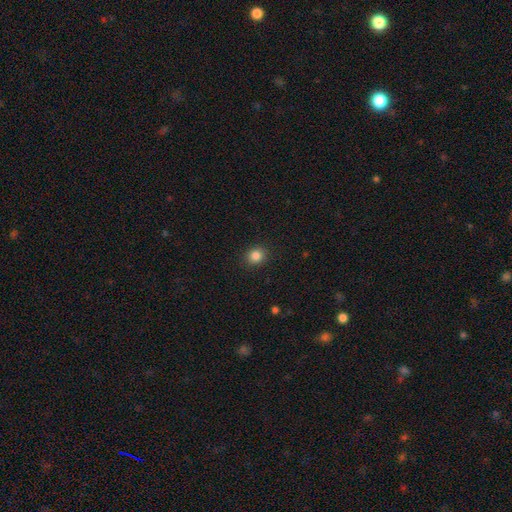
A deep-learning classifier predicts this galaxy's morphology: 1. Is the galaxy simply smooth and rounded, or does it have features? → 84% smooth, 11% star or artifact, 5% featured or disk.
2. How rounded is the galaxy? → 82% round, 17% in between, 1% cigar-shaped.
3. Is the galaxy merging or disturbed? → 91% none, 6% minor disturbance, 2% major disturbance, 1% merger.